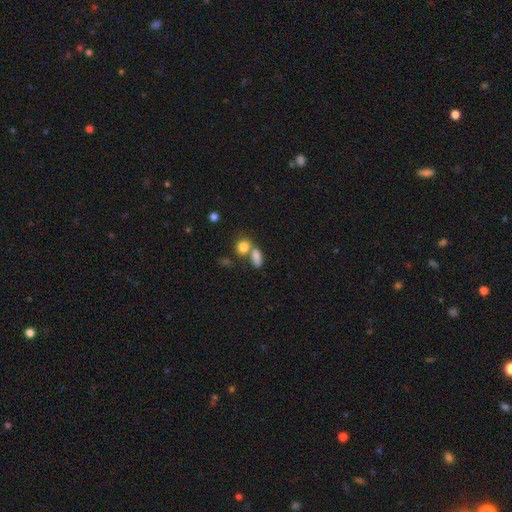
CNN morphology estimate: A smooth galaxy with no disk features (80%) that is in between round and cigar-shaped (74%). Merging: merger (42%).